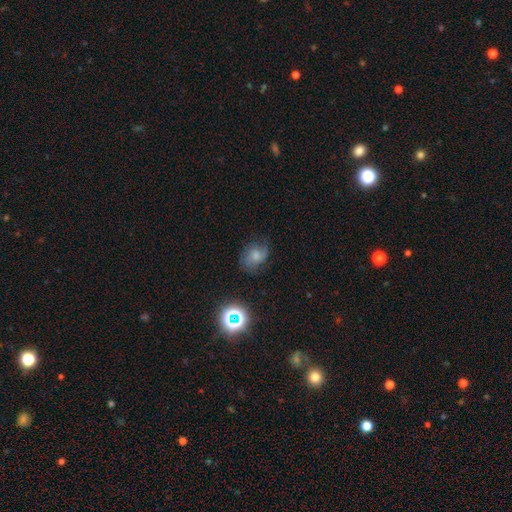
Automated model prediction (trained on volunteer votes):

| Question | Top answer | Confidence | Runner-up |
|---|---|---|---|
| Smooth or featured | smooth | 47% | featured or disk (36%) |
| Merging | none | 60% | minor disturbance (26%) |